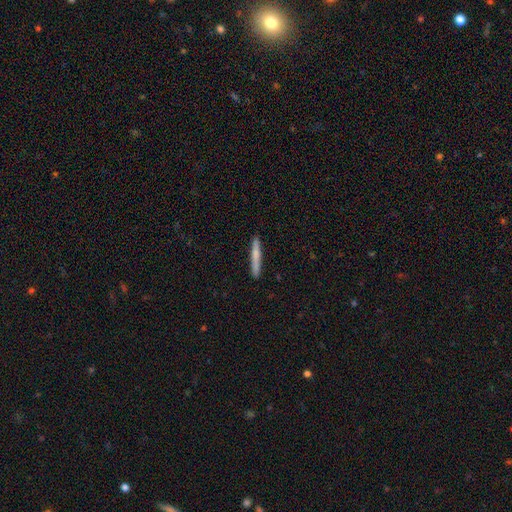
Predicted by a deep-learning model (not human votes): This appears to be a smooth galaxy with no disk features (68%) that is cigar-shaped (96%). Merging: none (90%).